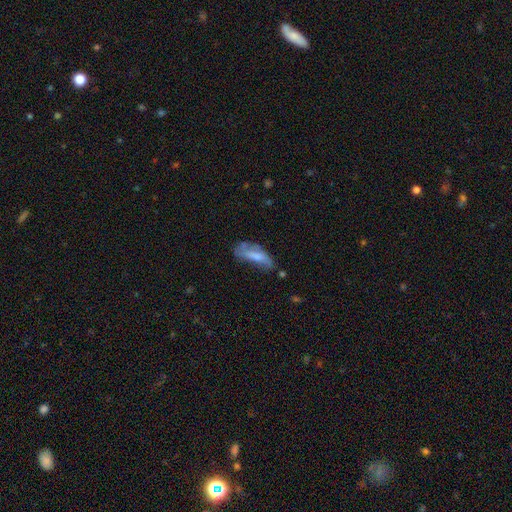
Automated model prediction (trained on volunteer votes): smooth 58%, featured or disk 34%, star or artifact 8%. Down the decision tree: how rounded — in between (64%); merging — none (39%).